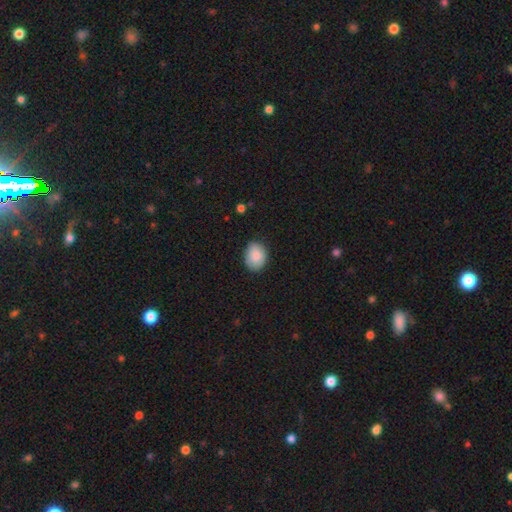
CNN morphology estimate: smooth-or-featured: smooth: 87% | star or artifact: 7% | featured or disk: 6%
  how-rounded: in between: 69% | round: 30% | cigar-shaped: 1%
  merging: none: 80% | minor disturbance: 16% | major disturbance: 3% | merger: 1%